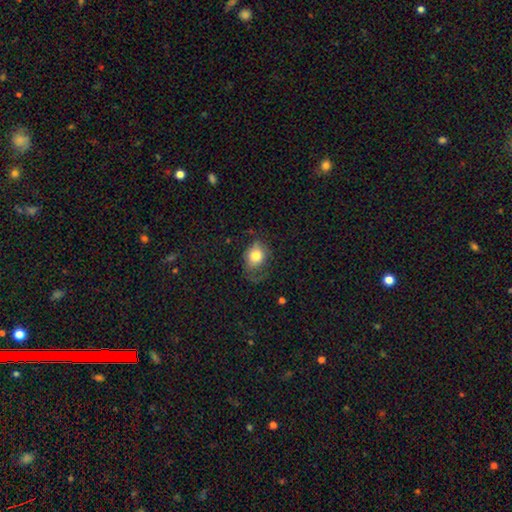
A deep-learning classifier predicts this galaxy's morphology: This is likely a smooth galaxy (73%). How rounded: possibly in between (51%). Merging: possibly none (45%).